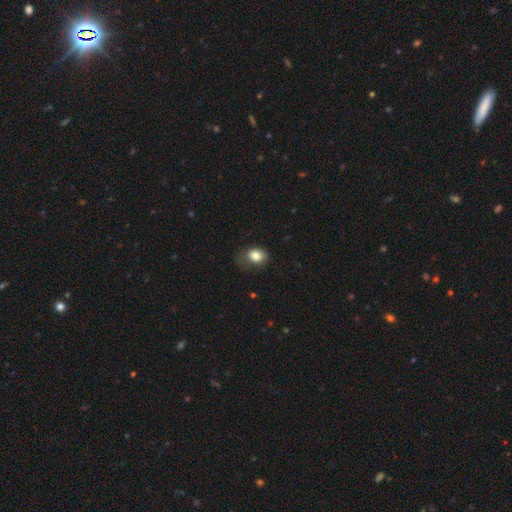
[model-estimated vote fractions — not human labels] smooth-or-featured: smooth: 82% | featured or disk: 10% | star or artifact: 9%
  how-rounded: in between: 63% | round: 36% | cigar-shaped: 1%
  merging: none: 46% | minor disturbance: 32% | major disturbance: 21% | merger: 2%